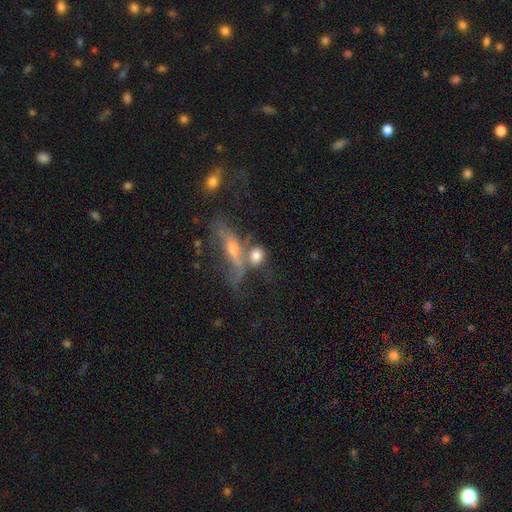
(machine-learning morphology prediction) Overall: smooth (63%; featured or disk 26%). How rounded: in between (49%; round 38%). Merging: merger (45%; none 31%).